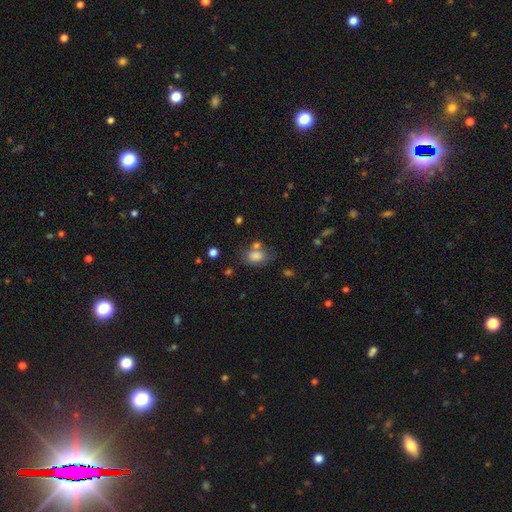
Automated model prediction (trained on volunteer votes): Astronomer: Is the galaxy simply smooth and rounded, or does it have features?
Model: smooth — 80%.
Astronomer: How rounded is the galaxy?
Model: in between — 79%.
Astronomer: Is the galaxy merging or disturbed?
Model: none — 54%.